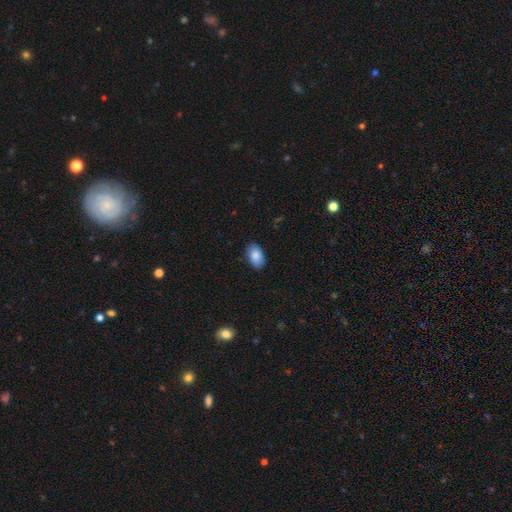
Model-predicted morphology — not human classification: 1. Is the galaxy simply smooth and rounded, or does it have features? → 87% smooth, 7% star or artifact, 6% featured or disk.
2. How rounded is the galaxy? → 93% in between, 6% round, 1% cigar-shaped.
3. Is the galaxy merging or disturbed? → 87% none, 10% minor disturbance, 2% major disturbance, 1% merger.